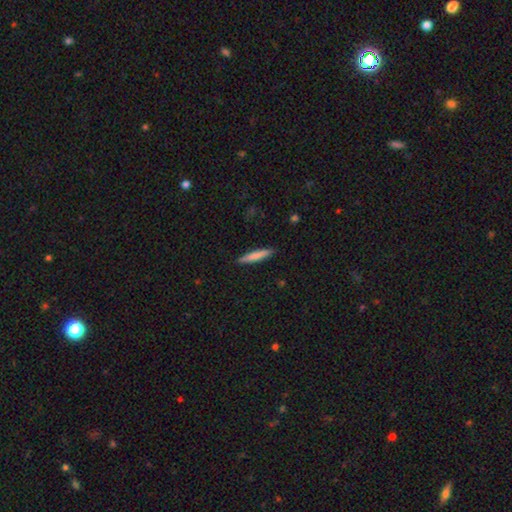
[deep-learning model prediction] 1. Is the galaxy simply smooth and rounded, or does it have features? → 77% smooth, 18% featured or disk, 5% star or artifact.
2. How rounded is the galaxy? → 92% cigar-shaped, 7% in between, 1% round.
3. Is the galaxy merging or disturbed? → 90% none, 7% minor disturbance, 2% major disturbance, 1% merger.